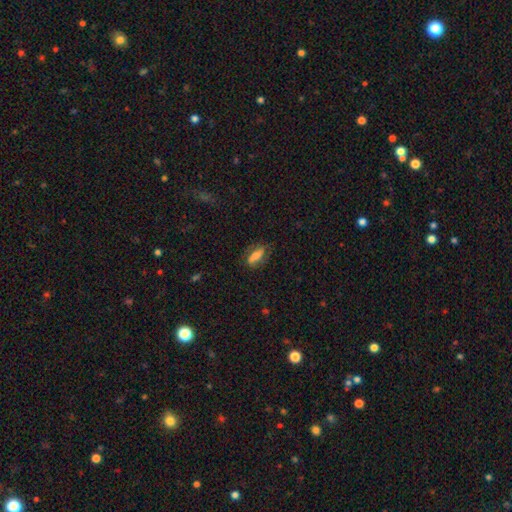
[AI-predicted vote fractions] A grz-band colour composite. It shows a smooth galaxy with no disk features (57%) that is in between round and cigar-shaped (67%). Merging: none (70%).